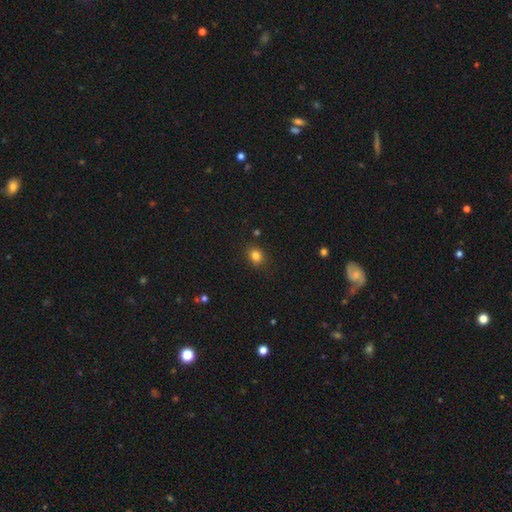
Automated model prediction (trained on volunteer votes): Morphology: type=smooth (81%); roundness=round (64%); merging=none (86%).